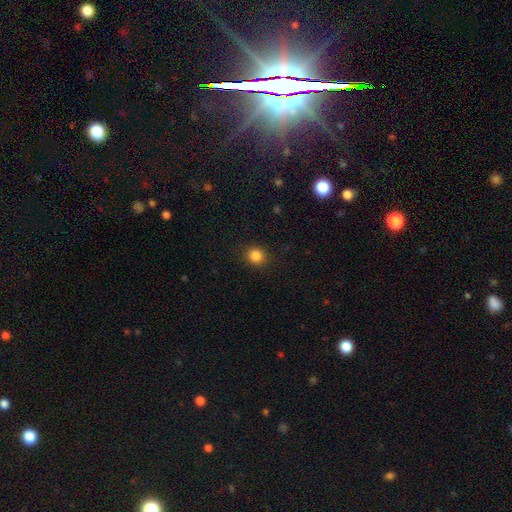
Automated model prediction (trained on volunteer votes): Smooth or featured: smooth — 85% (star or artifact — 11%)
How rounded: round — 82% (in between — 17%)
Merging: none — 89% (minor disturbance — 7%)